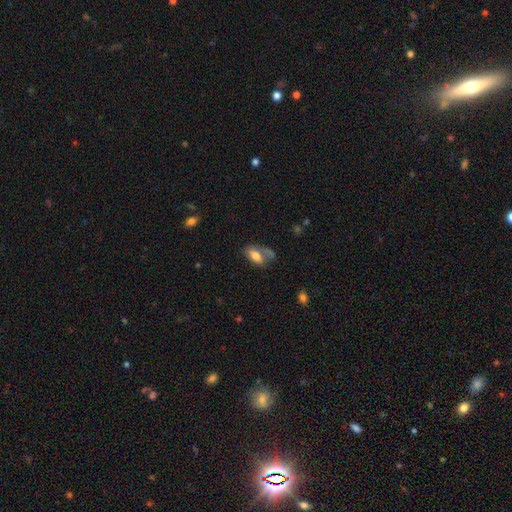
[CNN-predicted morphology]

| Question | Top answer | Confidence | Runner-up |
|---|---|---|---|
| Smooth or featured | smooth | 74% | featured or disk (18%) |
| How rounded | in between | 90% | cigar-shaped (6%) |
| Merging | none | 41% | minor disturbance (23%) |